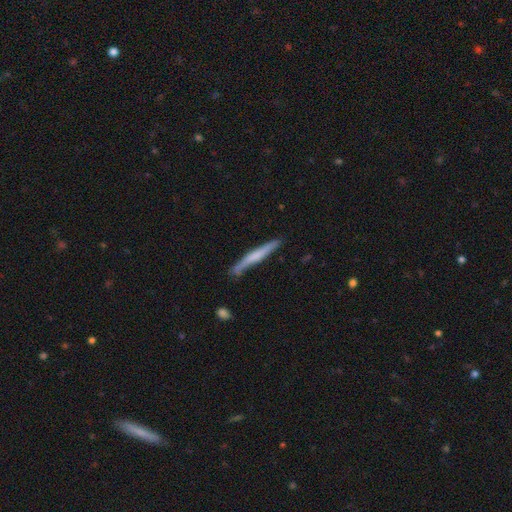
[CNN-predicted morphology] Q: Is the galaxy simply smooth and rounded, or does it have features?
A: smooth — 51%.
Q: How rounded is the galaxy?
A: cigar-shaped — 96%.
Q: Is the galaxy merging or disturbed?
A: none — 79%.